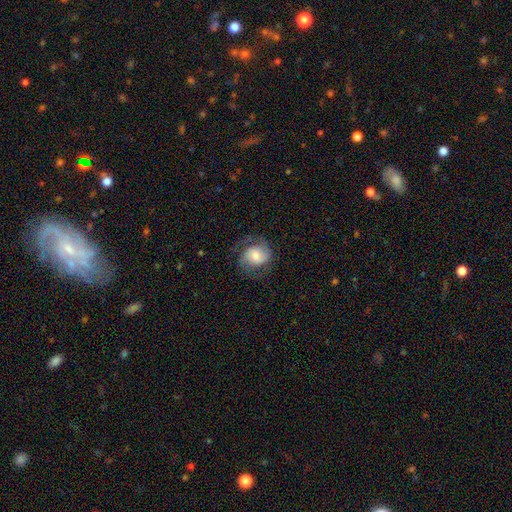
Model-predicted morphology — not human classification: type=featured or disk (53%); edge-on=no (97%); bar=no (58%); spiral arms=yes (88%); bulge=moderate (41%); merging=none (64%).